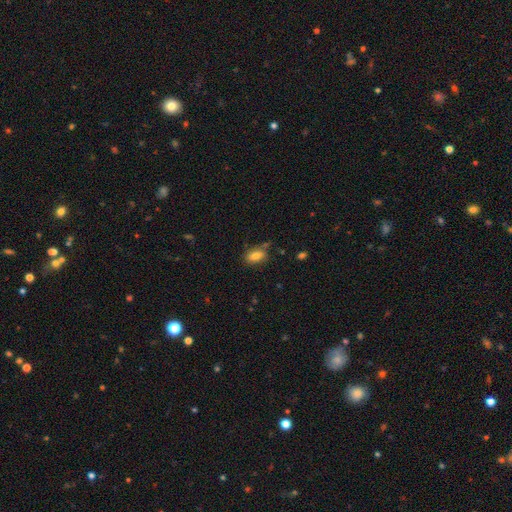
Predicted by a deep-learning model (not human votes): This is likely a smooth galaxy (78%). How rounded: clearly in between (88%). Merging: likely none (71%).